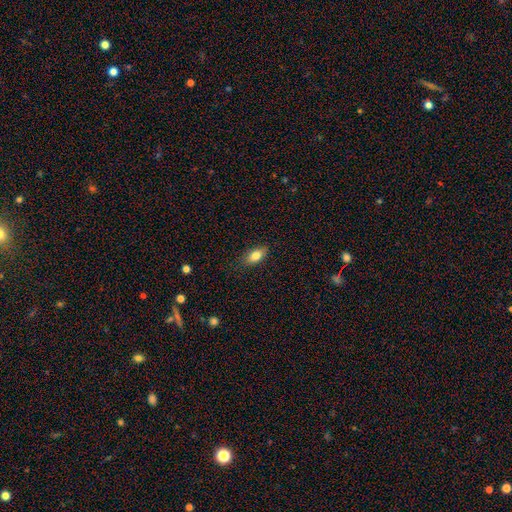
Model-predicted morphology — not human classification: A smooth galaxy with no disk features (82%) that is in between round and cigar-shaped (87%). Merging: none (83%).